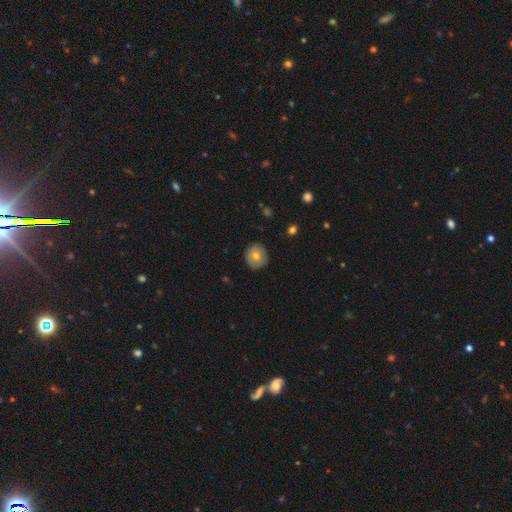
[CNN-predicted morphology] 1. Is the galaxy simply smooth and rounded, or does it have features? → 69% smooth, 23% featured or disk, 8% star or artifact.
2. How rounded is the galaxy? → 90% round, 9% in between, 1% cigar-shaped.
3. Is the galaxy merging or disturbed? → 86% none, 11% minor disturbance, 2% major disturbance, 1% merger.